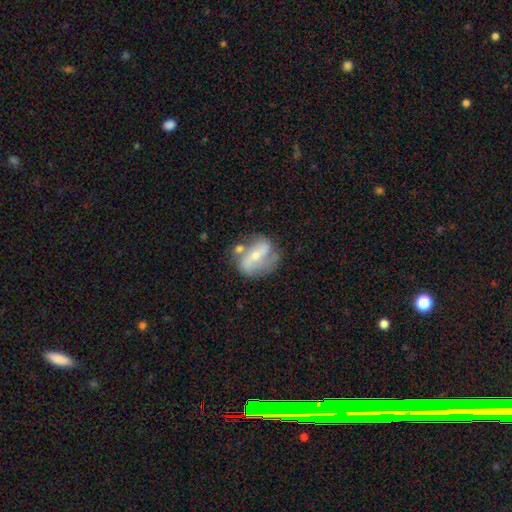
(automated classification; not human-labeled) Smooth or featured: featured or disk — 68% (smooth — 25%)
Edge-on disk: no — 95% (yes — 5%)
Bar: strong — 38% (no — 31%)
Spiral arms: yes — 77% (no — 23%)
Bulge size: small — 51% (moderate — 43%)
Merging: none — 53% (minor disturbance — 22%)